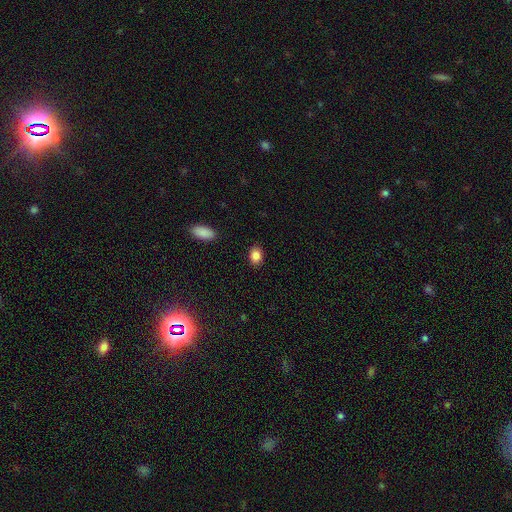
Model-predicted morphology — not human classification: The model was most divided on "how rounded": in between: 66%, round: 32%, cigar-shaped: 1%. More confident: merging — none (89%); smooth or featured — smooth (86%).